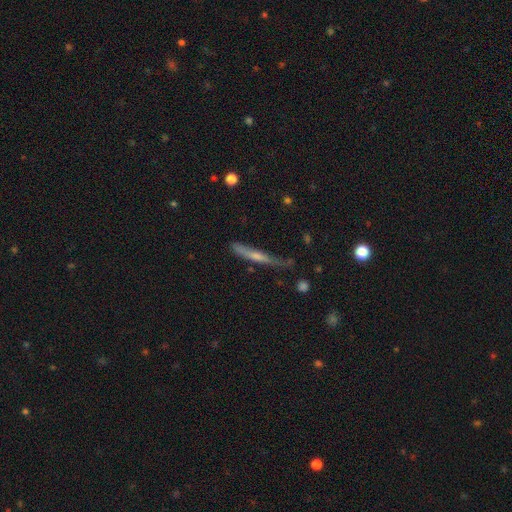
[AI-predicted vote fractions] This is possibly a featured or disk galaxy (49%). Merging: likely none (62%).